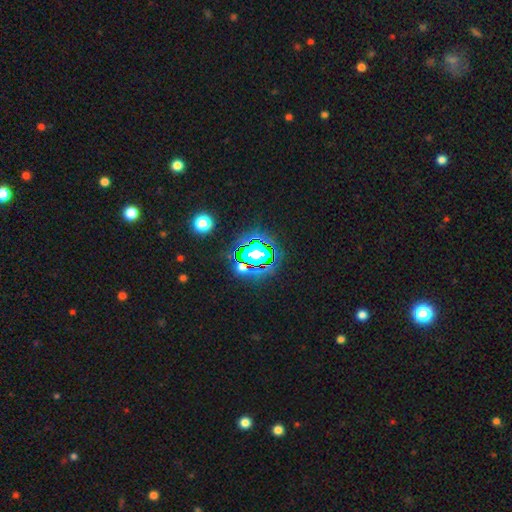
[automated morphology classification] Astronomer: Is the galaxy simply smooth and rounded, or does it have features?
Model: star or artifact — 81%.